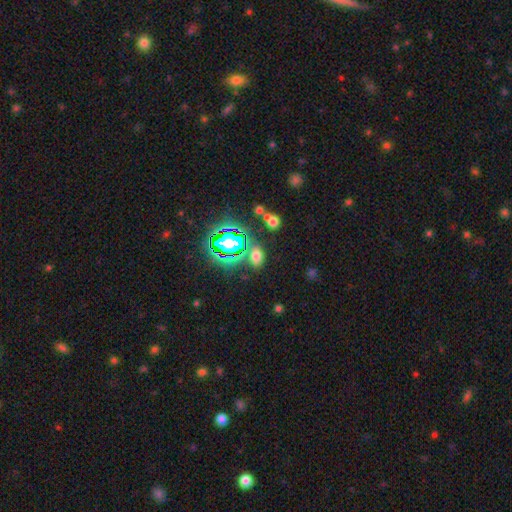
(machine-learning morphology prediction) smooth 57%, star or artifact 35%, featured or disk 9%. Down the decision tree: how rounded — in between (77%); merging — none (75%).